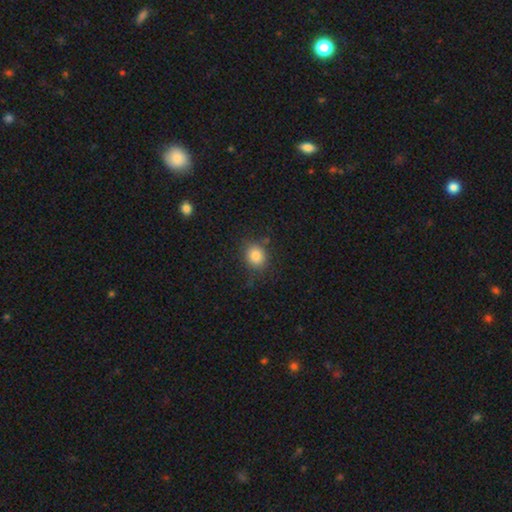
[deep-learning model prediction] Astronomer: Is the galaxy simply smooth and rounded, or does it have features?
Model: smooth — 84%.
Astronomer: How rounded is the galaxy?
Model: round — 64%.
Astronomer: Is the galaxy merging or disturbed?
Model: none — 81%.